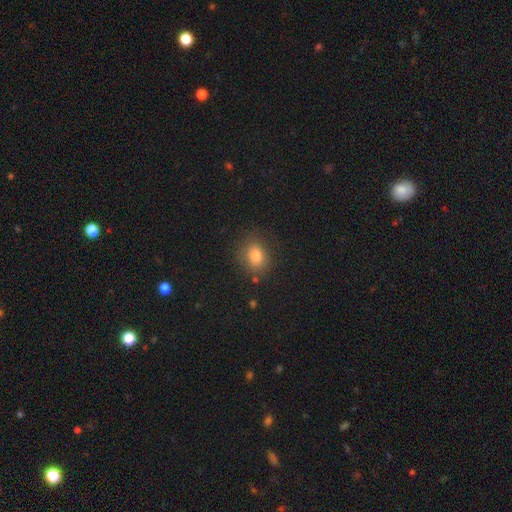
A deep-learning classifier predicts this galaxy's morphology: This appears to be a smooth galaxy with no disk features (80%) that is in between round and cigar-shaped (50%). Merging: none (80%).